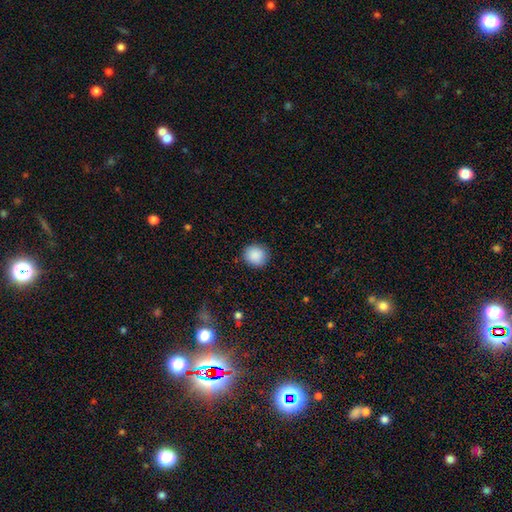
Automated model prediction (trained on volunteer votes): Smooth or featured? smooth (89%)
How rounded? round (90%)
Merging? none (89%)